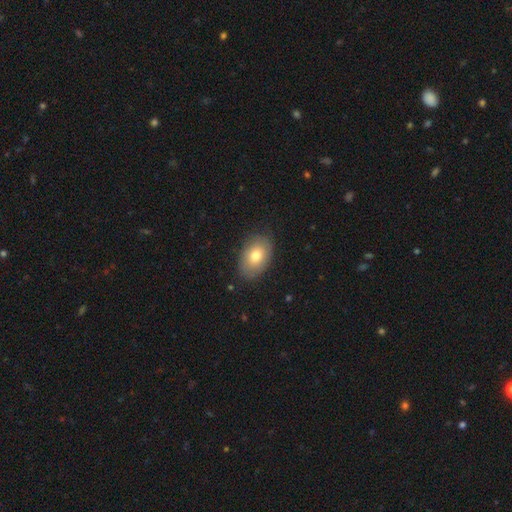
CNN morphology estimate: Smooth or featured?
  - smooth: 76% *
  - featured or disk: 16%
  - star or artifact: 7%
How rounded?
  - in between: 87% *
  - round: 12%
  - cigar-shaped: 1%
Merging?
  - none: 82% *
  - minor disturbance: 14%
  - major disturbance: 3%
  - merger: 1%